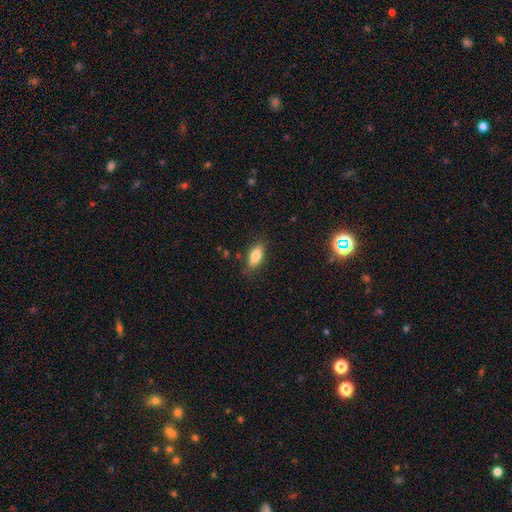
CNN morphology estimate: Smooth or featured? Predicted: smooth (p=0.81). How rounded? Predicted: in between (p=0.83). Merging? Predicted: none (p=0.82).